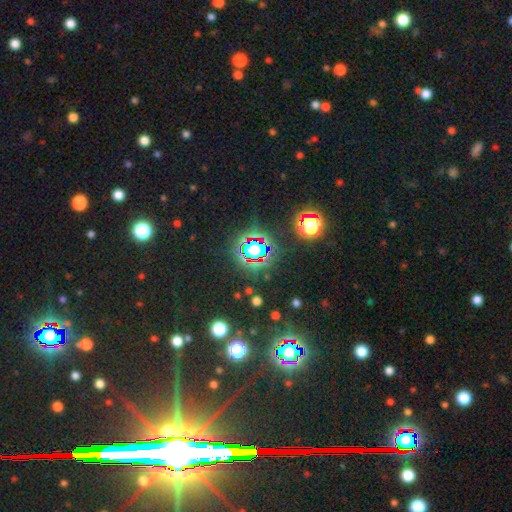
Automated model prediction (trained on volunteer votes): smooth-or-featured: star or artifact: 82% | smooth: 10% | featured or disk: 8%